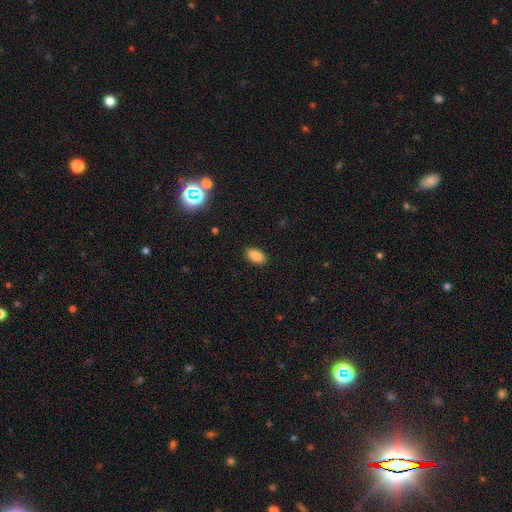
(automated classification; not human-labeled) smooth_or_featured: smooth (p=0.84) [alt: star or artifact p=0.10]
how_rounded: in between (p=0.92) [alt: round p=0.05]
merging: none (p=0.89) [alt: minor disturbance p=0.08]